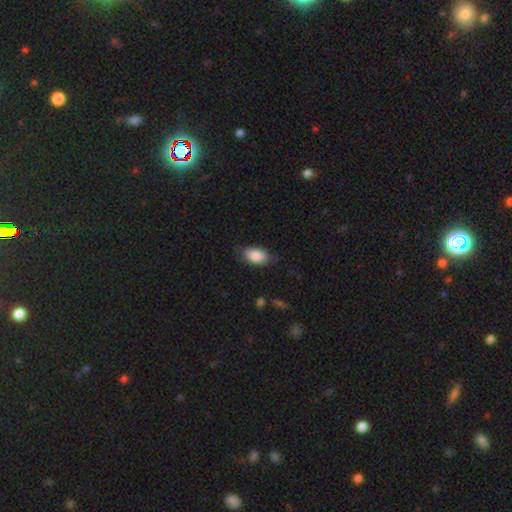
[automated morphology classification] Smooth or featured? Predicted: smooth (p=0.88). How rounded? Predicted: in between (p=0.92). Merging? Predicted: none (p=0.77).